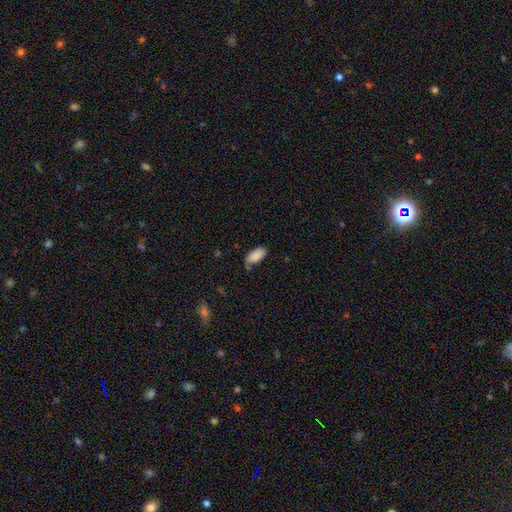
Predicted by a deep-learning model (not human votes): smooth 88%, star or artifact 7%, featured or disk 5%. Down the decision tree: how rounded — in between (93%); merging — none (68%).